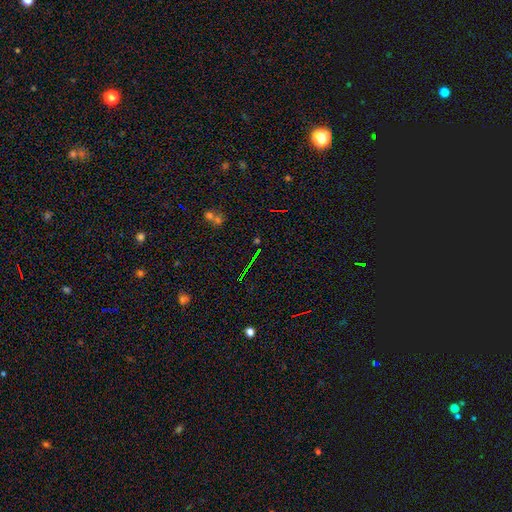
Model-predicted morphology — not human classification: This appears to be a star or artifact, not a galaxy (68%).